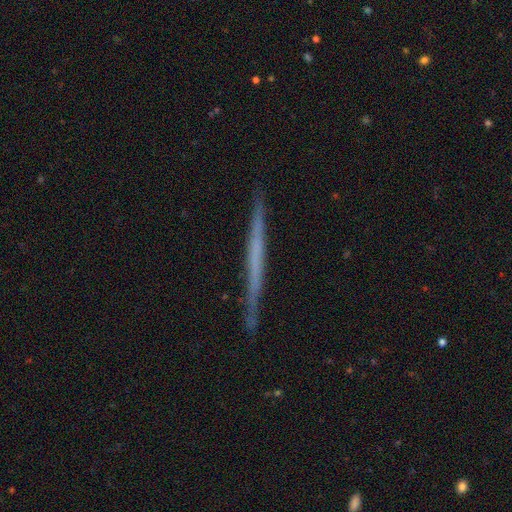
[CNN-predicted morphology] smooth-or-featured: featured or disk: 60% | smooth: 34% | star or artifact: 6%
  disk-edge-on: yes: 97% | no: 3%
    edge-on-bulge: none: 91% | rounded: 5% | boxy: 4%
  merging: none: 89% | minor disturbance: 8% | major disturbance: 1% | merger: 1%